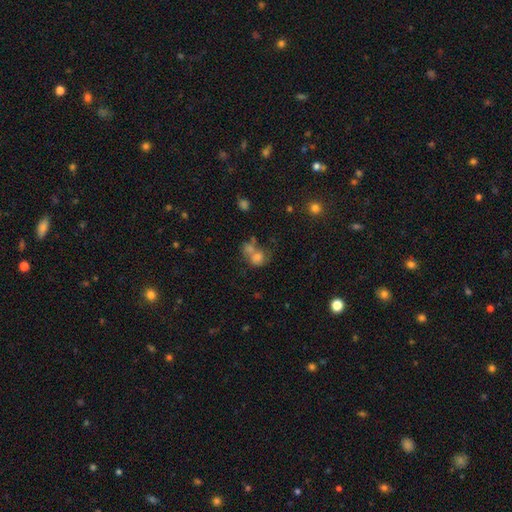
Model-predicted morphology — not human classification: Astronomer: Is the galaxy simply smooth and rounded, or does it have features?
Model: smooth — 69%.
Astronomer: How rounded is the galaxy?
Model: round — 55% (runner-up: in between, 43%).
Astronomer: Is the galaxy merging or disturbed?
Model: merger — 55%.